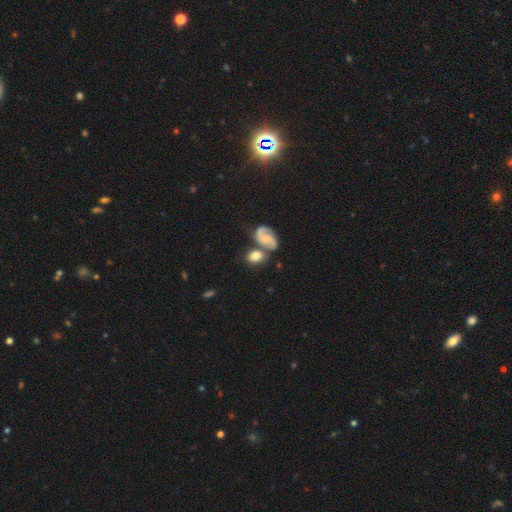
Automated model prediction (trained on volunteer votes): This is likely a smooth galaxy (62%). How rounded: possibly in between (50%). Merging: possibly none (50%).